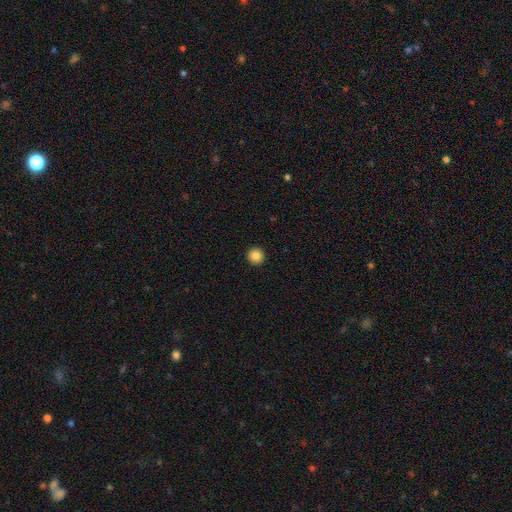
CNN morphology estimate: Q: Smooth or featured?
A: smooth (85%); runner-up: star or artifact (10%)
Q: How rounded?
A: round (96%); runner-up: in between (3%)
Q: Merging?
A: none (94%); runner-up: minor disturbance (4%)